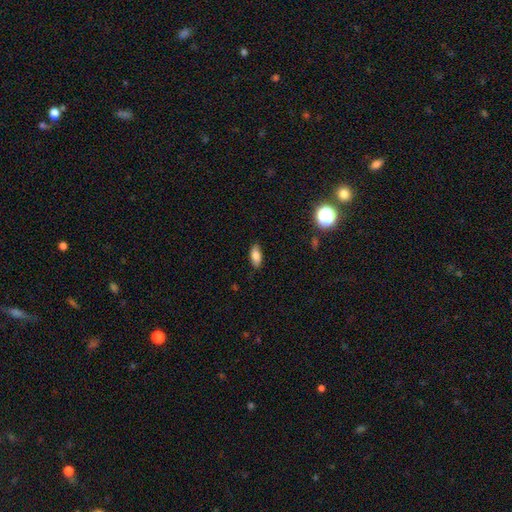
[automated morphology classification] smooth 81%, featured or disk 11%, star or artifact 8%. Down the decision tree: how rounded — in between (87%); merging — none (85%).